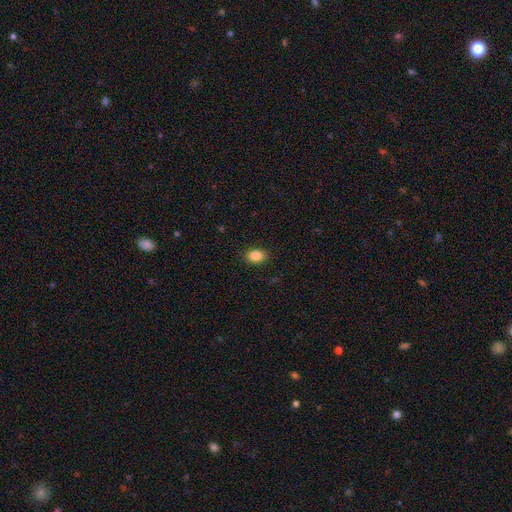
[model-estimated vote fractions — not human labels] The model was most divided on "how rounded": in between: 76%, round: 23%, cigar-shaped: 1%. More confident: merging — none (89%); smooth or featured — smooth (86%).